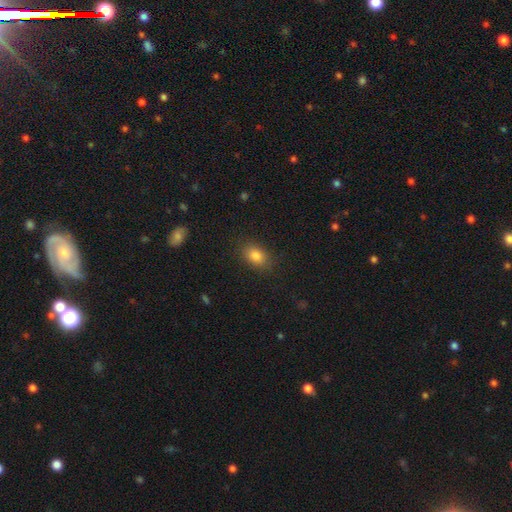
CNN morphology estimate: smooth_or_featured: smooth (p=0.83) [alt: star or artifact p=0.10]
how_rounded: in between (p=0.78) [alt: round p=0.21]
merging: none (p=0.85) [alt: minor disturbance p=0.11]